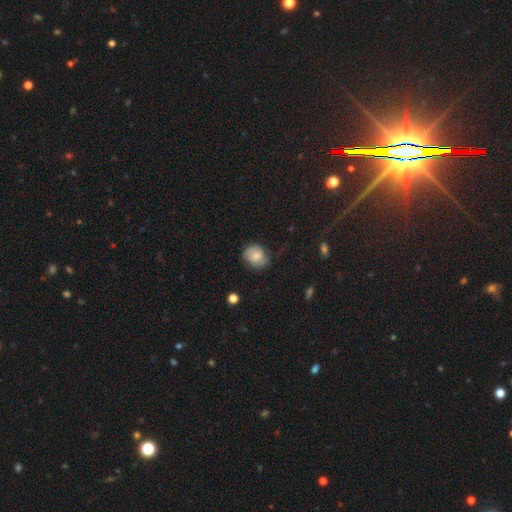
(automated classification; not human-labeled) Overall: smooth (52%; featured or disk 39%). How rounded: round (59%; in between 40%). Merging: none (64%; minor disturbance 25%).